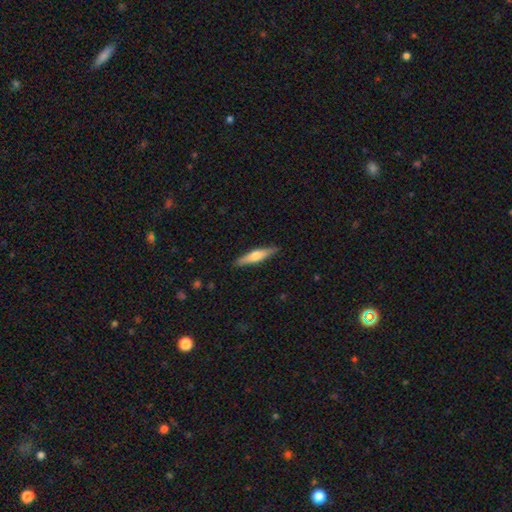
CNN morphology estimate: Smooth or featured? Predicted: smooth (p=0.48). Merging? Predicted: none (p=0.90).